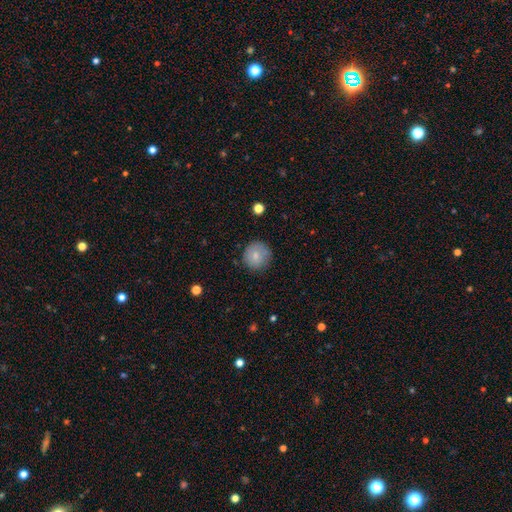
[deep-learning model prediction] This is clearly a smooth galaxy (80%). How rounded: clearly round (94%). Merging: clearly none (84%).